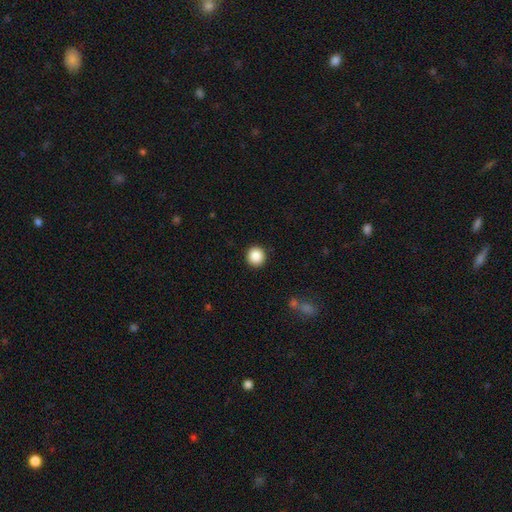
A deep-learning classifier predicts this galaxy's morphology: Q: Smooth or featured?
A: smooth (87%); runner-up: star or artifact (9%)
Q: How rounded?
A: round (95%); runner-up: in between (4%)
Q: Merging?
A: none (92%); runner-up: minor disturbance (5%)